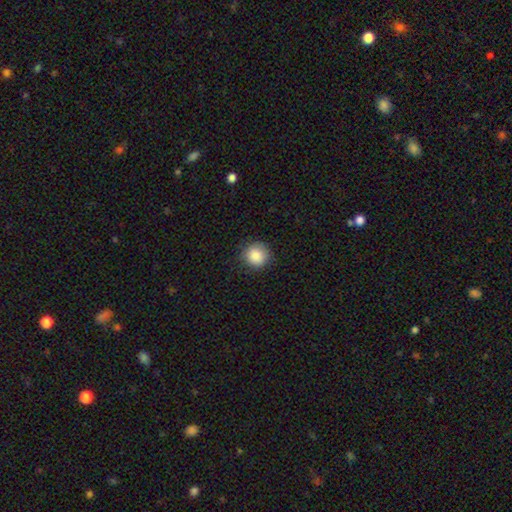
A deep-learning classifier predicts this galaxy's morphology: Q: Smooth or featured?
A: smooth (88%); runner-up: star or artifact (9%)
Q: How rounded?
A: round (93%); runner-up: in between (6%)
Q: Merging?
A: none (87%); runner-up: minor disturbance (10%)